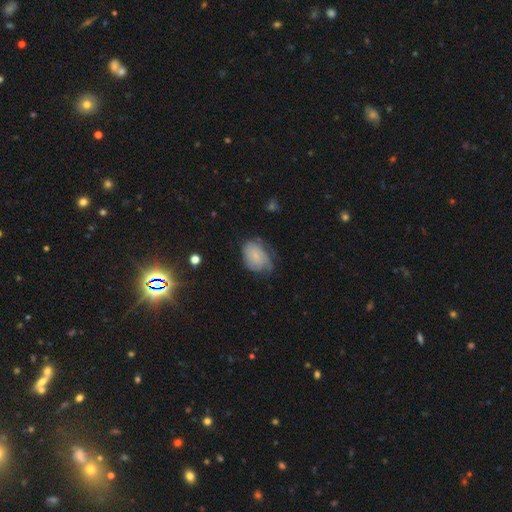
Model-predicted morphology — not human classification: Smooth or featured: smooth — 46% (tied with featured or disk — 46%)
Merging: none — 46% (minor disturbance — 32%)